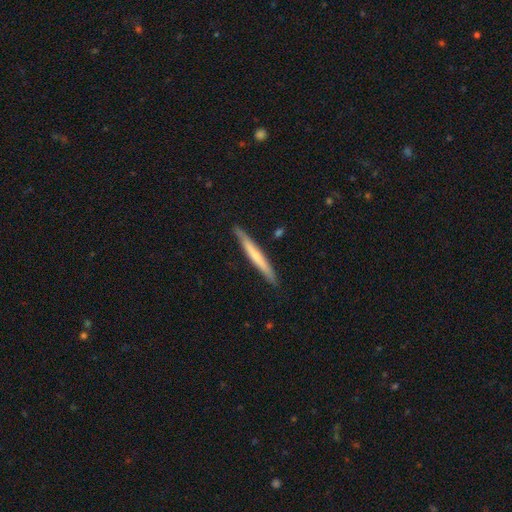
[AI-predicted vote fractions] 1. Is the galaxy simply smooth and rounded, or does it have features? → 48% smooth, 47% featured or disk, 5% star or artifact.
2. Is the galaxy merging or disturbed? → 88% none, 9% minor disturbance, 1% major disturbance, 1% merger.